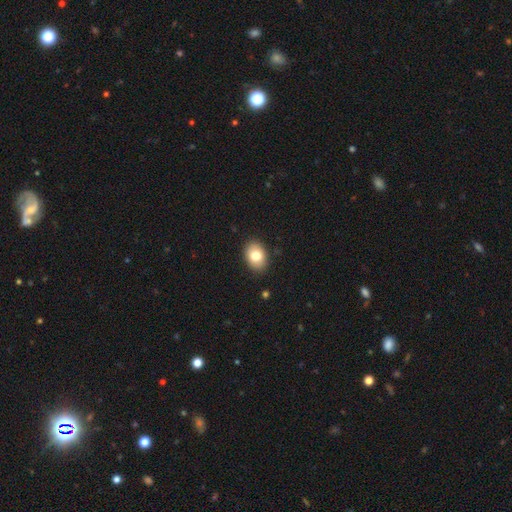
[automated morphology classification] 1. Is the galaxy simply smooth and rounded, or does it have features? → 78% smooth, 14% featured or disk, 8% star or artifact.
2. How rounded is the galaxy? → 77% in between, 22% round, 1% cigar-shaped.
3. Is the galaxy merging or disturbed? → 88% none, 9% minor disturbance, 2% major disturbance, 1% merger.